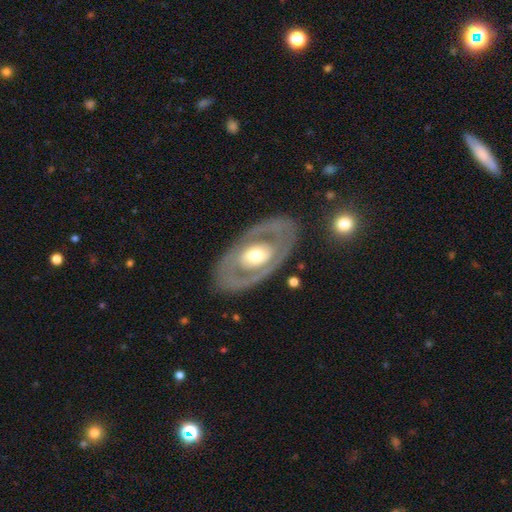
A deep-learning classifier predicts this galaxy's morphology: Smooth or featured?
  - featured or disk: 71% *
  - smooth: 25%
  - star or artifact: 4%
Edge-on disk?
  - no: 91% *
  - yes: 9%
Bar?
  - no: 78% *
  - weak: 15%
  - strong: 7%
Spiral arms?
  - no: 71% *
  - yes: 29%
Bulge size?
  - moderate: 65% *
  - large: 25%
  - small: 8%
  - dominant: 2%
  - none: 1%
Merging?
  - none: 82% *
  - minor disturbance: 11%
  - major disturbance: 6%
  - merger: 2%